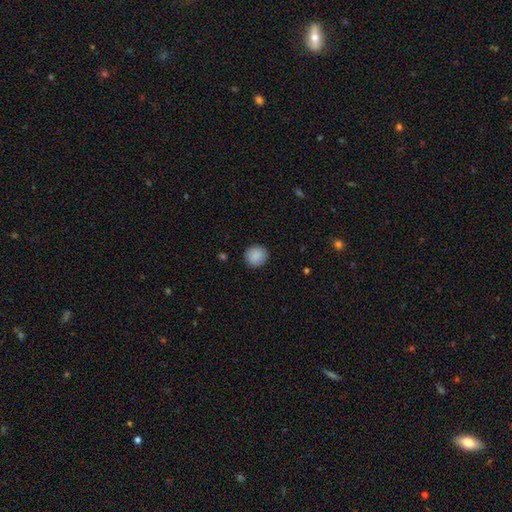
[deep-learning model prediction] A smooth galaxy with no disk features (89%) that is round (93%).

Vote fractions:
- Smooth or featured? smooth: 89% / star or artifact: 7% / featured or disk: 3%
- How rounded? round: 93% / in between: 6% / cigar-shaped: 1%
- Merging? none: 91% / minor disturbance: 6% / major disturbance: 2% / merger: 1%